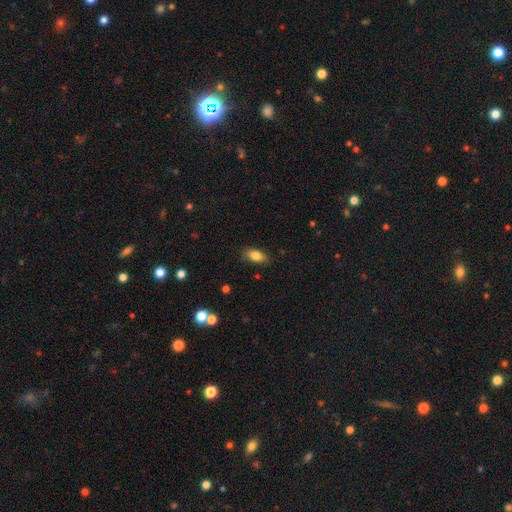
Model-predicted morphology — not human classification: This is clearly a smooth galaxy (81%). How rounded: clearly in between (86%). Merging: likely none (80%).